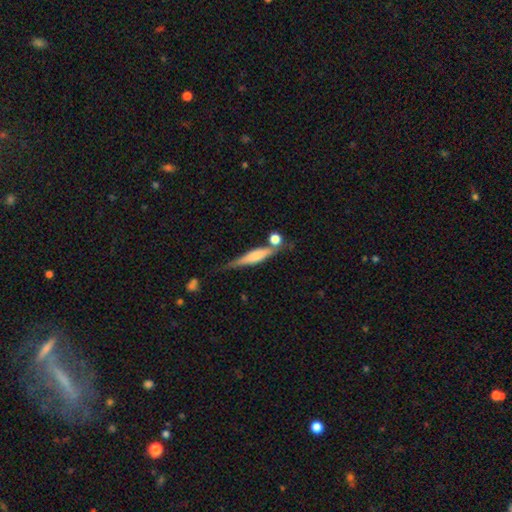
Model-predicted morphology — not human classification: A smooth galaxy with no disk features (48%).

Vote fractions:
- Smooth or featured? smooth: 48% / featured or disk: 46% / star or artifact: 7%
- Merging? none: 59% / minor disturbance: 18% / merger: 17% / major disturbance: 6%